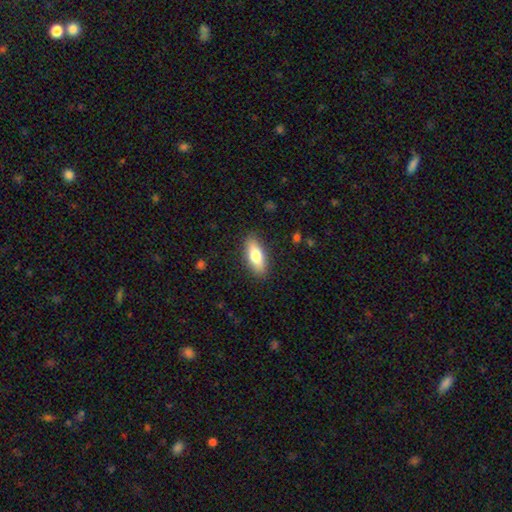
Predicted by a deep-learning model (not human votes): Smooth or featured? smooth (74%)
How rounded? in between (71%)
Merging? none (87%)